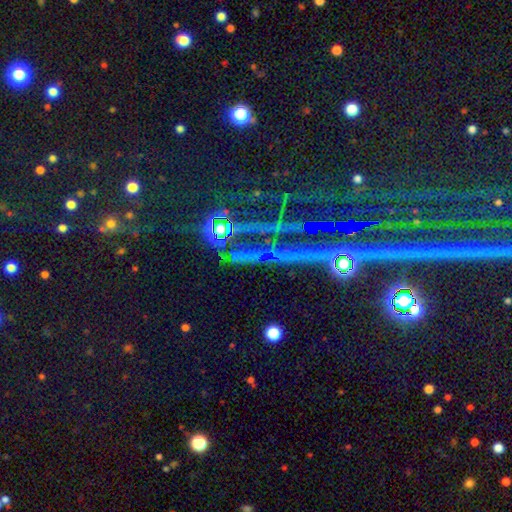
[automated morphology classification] smooth-or-featured: star or artifact: 81% | featured or disk: 10% | smooth: 9%